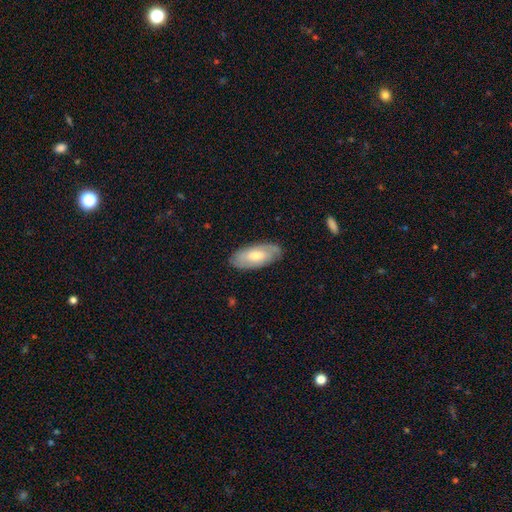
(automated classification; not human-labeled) Smooth or featured? Predicted: featured or disk (p=0.51). Edge-on disk? Predicted: no (p=0.88). Merging? Predicted: none (p=0.82).